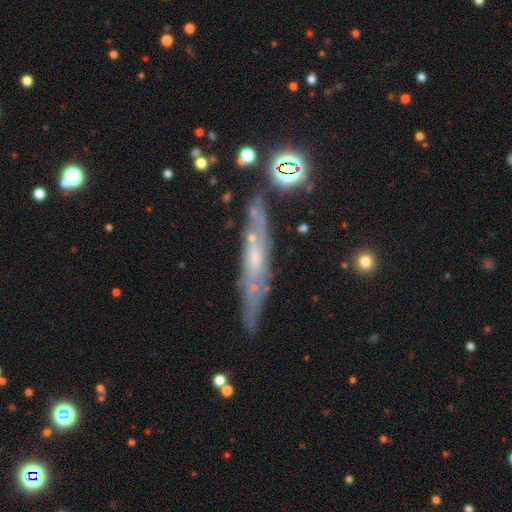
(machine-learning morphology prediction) smooth_or_featured: featured or disk (p=0.60) [alt: smooth p=0.29]
disk_edge_on: yes (p=0.67) [alt: no p=0.33]
merging: none (p=0.69) [alt: minor disturbance p=0.19]